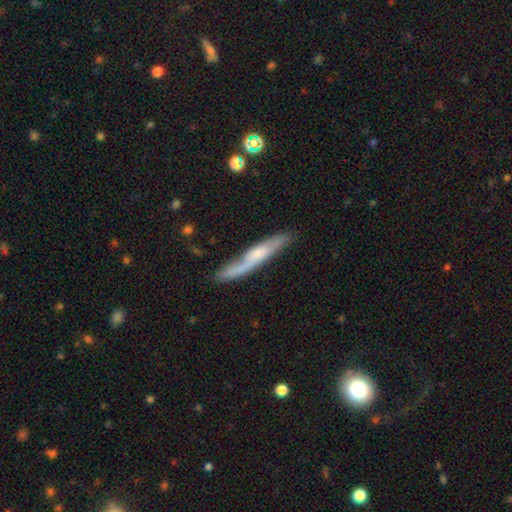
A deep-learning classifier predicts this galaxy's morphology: Q: Smooth or featured?
A: featured or disk (55%); runner-up: smooth (39%)
Q: Edge-on disk?
A: yes (74%); runner-up: no (26%)
Q: Merging?
A: none (64%); runner-up: minor disturbance (24%)